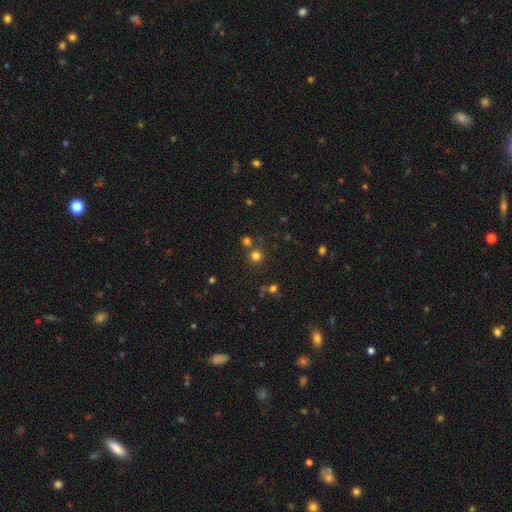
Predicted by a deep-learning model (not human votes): smooth 73%, star or artifact 21%, featured or disk 6%. Down the decision tree: how rounded — round (92%); merging — none (73%).